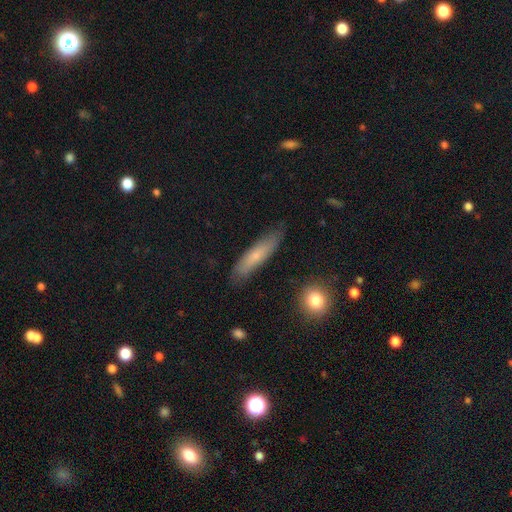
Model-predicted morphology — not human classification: Smooth or featured? smooth (65%)
How rounded? cigar-shaped (76%)
Merging? none (79%)